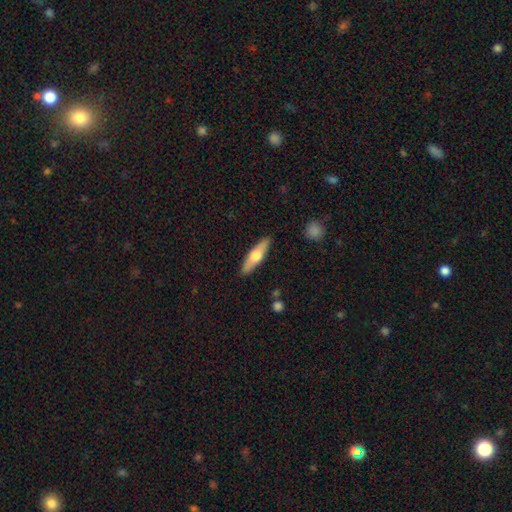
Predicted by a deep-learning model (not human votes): This appears to be a smooth galaxy with no disk features (52%) that is cigar-shaped (64%). Merging: none (88%).